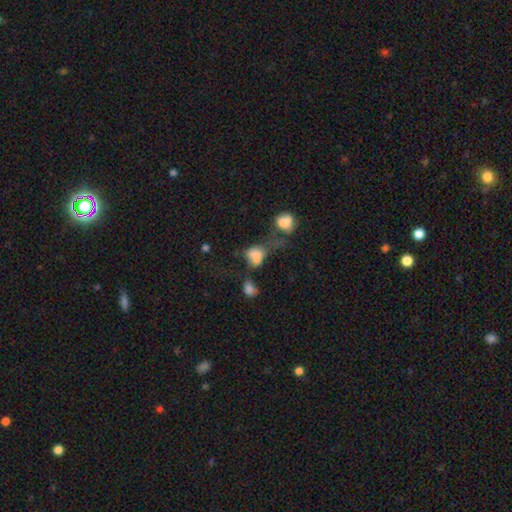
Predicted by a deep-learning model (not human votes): smooth 71%, featured or disk 16%, star or artifact 13%. Down the decision tree: how rounded — in between (67%); merging — merger (40%).